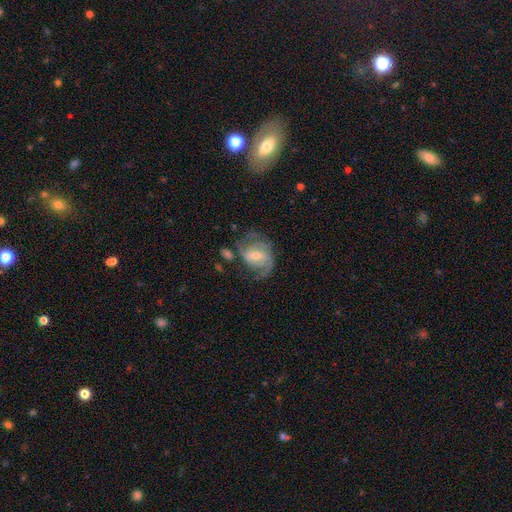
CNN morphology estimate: A featured or disk galaxy (83%) with a weak bar (52%), 2 (51%) medium (47%) spiral arms (93%) and a moderate central bulge (53%). Merging: none (54%).